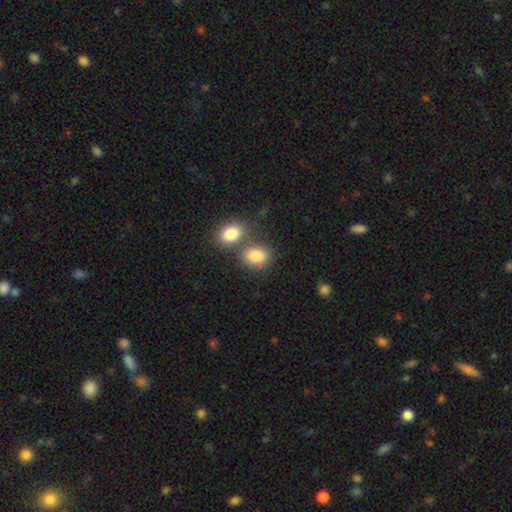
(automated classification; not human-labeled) smooth 85%, star or artifact 9%, featured or disk 7%. Down the decision tree: how rounded — in between (70%); merging — none (50%).